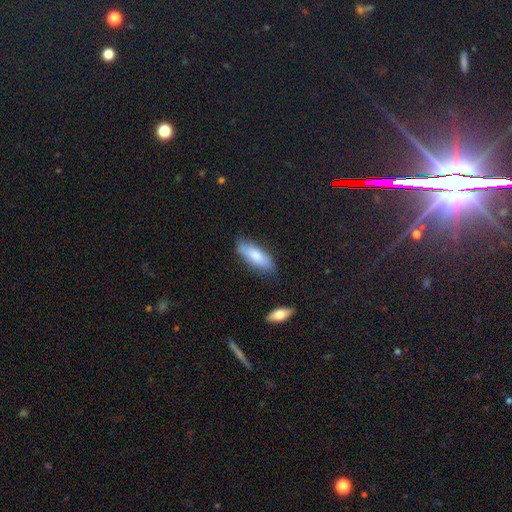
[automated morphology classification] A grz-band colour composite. It shows a smooth galaxy with no disk features (80%) that is in between round and cigar-shaped (65%). Merging: none (74%).